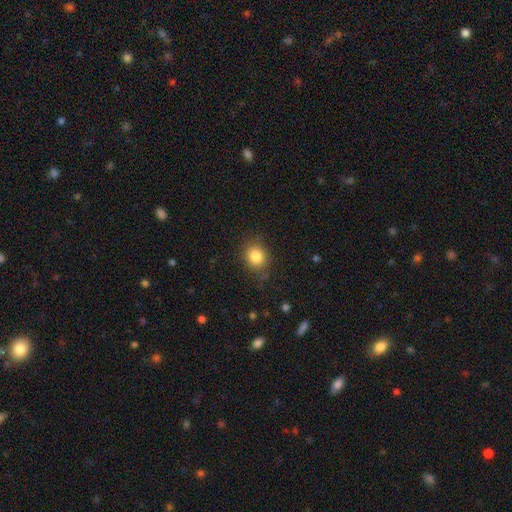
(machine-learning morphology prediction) The model was most divided on "how rounded": round: 70%, in between: 29%, cigar-shaped: 1%. More confident: smooth or featured — smooth (84%); merging — none (81%).